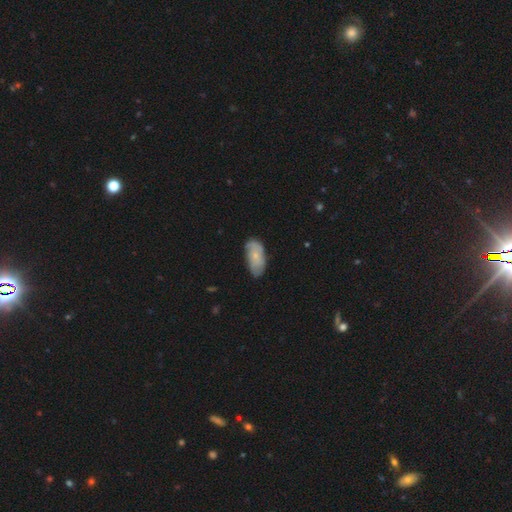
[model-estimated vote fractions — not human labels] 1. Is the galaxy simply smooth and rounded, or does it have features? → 57% smooth, 37% featured or disk, 6% star or artifact.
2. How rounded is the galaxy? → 92% in between, 5% cigar-shaped, 3% round.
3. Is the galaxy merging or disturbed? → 63% none, 29% minor disturbance, 7% major disturbance, 2% merger.